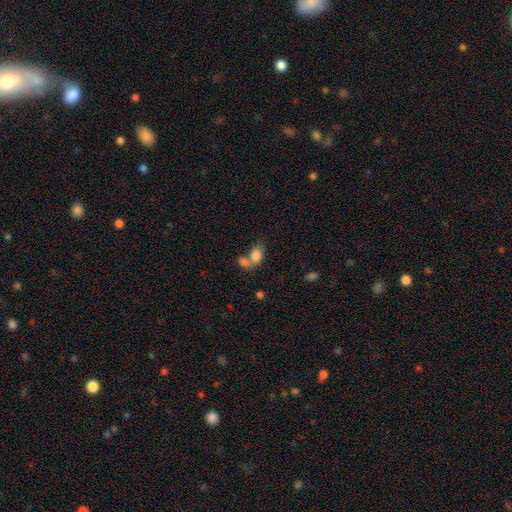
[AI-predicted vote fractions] Morphology: type=smooth (80%); roundness=in between (84%); merging=merger (58%).